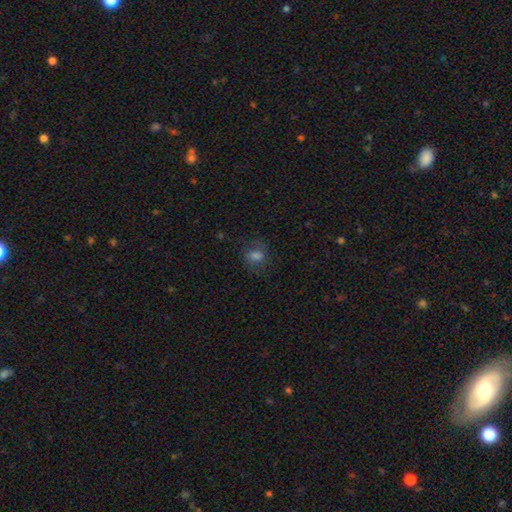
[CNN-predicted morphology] Smooth or featured? smooth (67%)
How rounded? in between (52%)
Merging? none (73%)